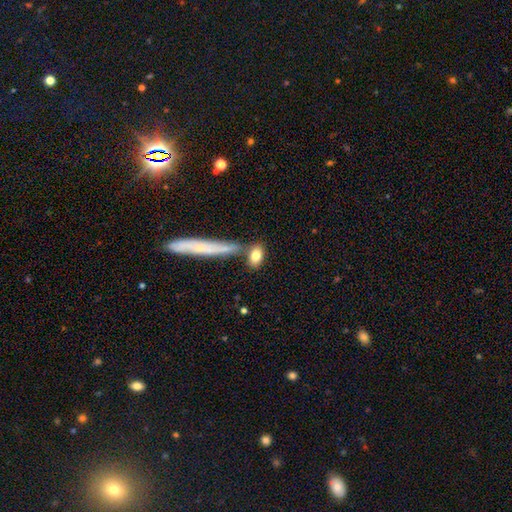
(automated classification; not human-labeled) This appears to be a smooth galaxy with no disk features (79%) that is in between round and cigar-shaped (79%). Merging: none (67%).